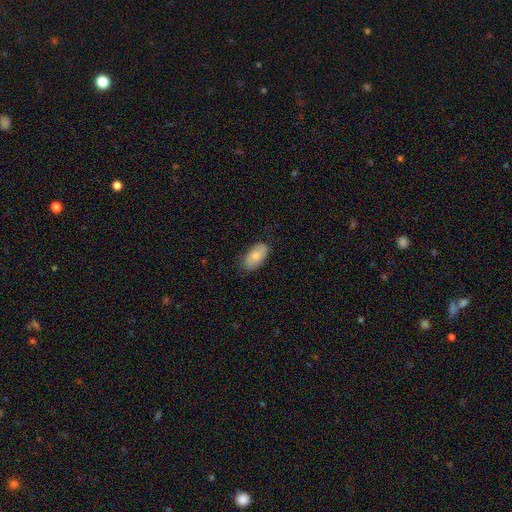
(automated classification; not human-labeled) smooth-or-featured: smooth: 80% | featured or disk: 14% | star or artifact: 6%
  how-rounded: in between: 94% | round: 3% | cigar-shaped: 3%
  merging: none: 80% | minor disturbance: 16% | major disturbance: 3% | merger: 1%